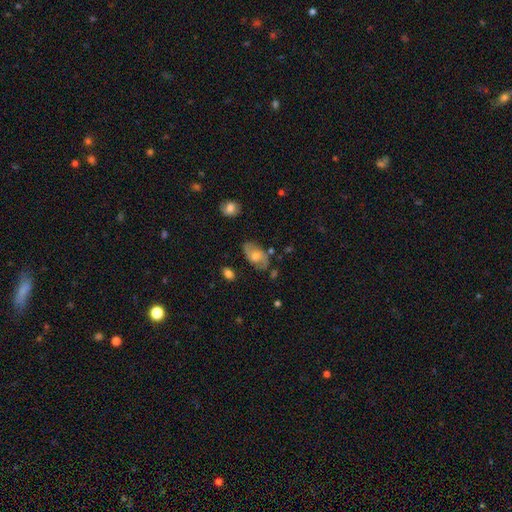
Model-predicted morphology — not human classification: Q: Smooth or featured?
A: featured or disk (50%); runner-up: smooth (41%)
Q: Merging?
A: none (69%); runner-up: minor disturbance (21%)